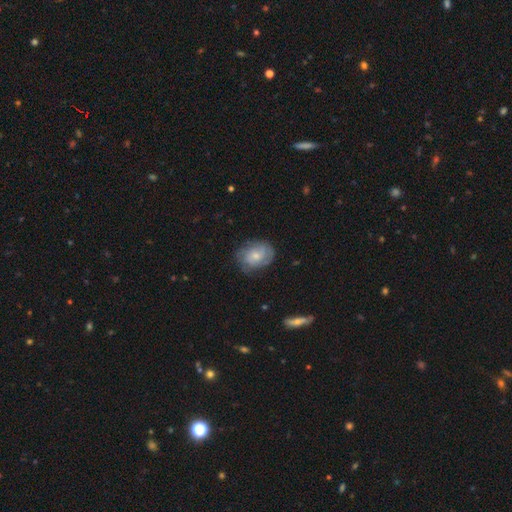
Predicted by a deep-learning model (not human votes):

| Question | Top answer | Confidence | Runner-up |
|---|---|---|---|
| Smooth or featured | featured or disk | 58% | smooth (35%) |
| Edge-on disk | no | 97% | yes (3%) |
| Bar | no | 66% | weak (30%) |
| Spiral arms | yes | 84% | no (16%) |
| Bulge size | small | 49% | moderate (42%) |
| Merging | none | 71% | minor disturbance (21%) |